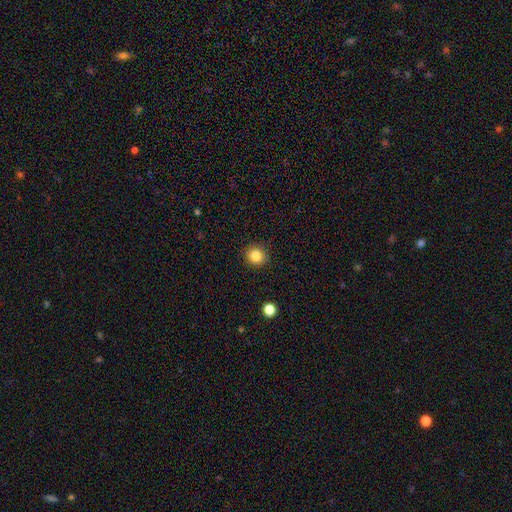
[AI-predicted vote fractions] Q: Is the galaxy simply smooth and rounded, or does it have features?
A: smooth — 84%.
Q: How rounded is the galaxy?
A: round — 88%.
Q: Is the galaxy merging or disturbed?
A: none — 91%.